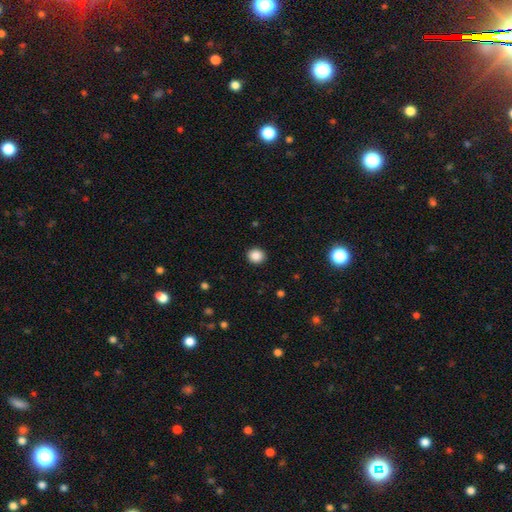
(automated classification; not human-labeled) Smooth or featured? smooth (87%)
How rounded? round (84%)
Merging? none (92%)